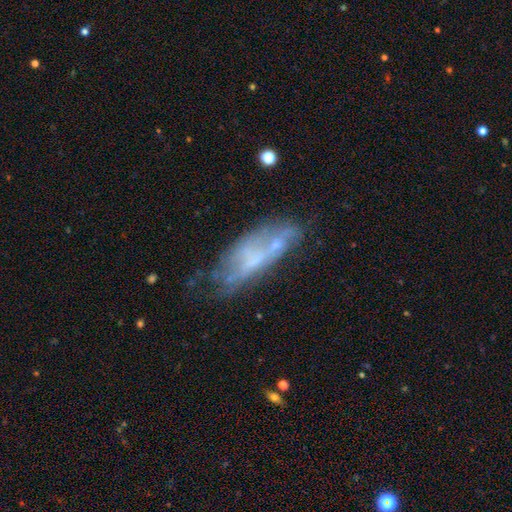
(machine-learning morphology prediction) The model was most divided on "merging": none: 38%, minor disturbance: 27%, major disturbance: 23%, merger: 12%. More confident: edge-on disk — no (80%); smooth or featured — featured or disk (55%).